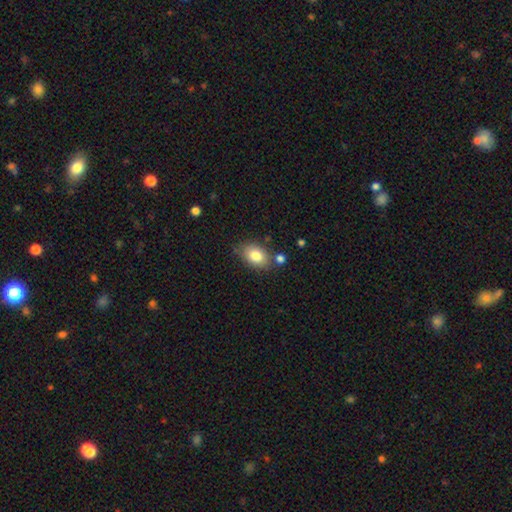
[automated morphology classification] Overall: smooth (82%). How rounded: in between (82%). Merging: none (72%).